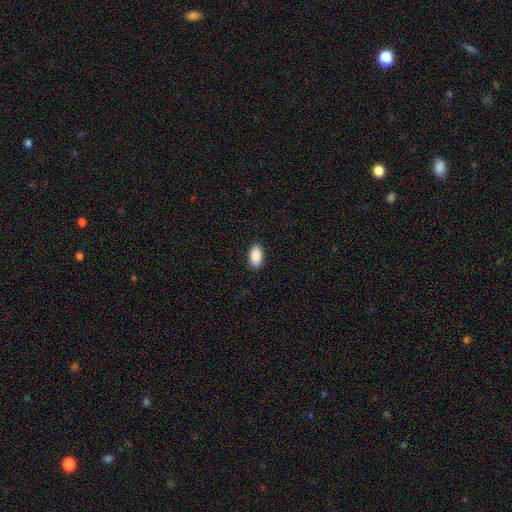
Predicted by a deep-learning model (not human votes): Smooth or featured? smooth (90%)
How rounded? in between (94%)
Merging? none (90%)